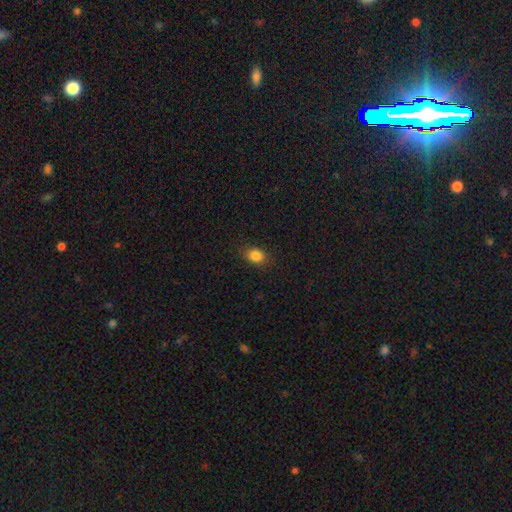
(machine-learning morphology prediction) Smooth or featured? smooth (85%)
How rounded? in between (67%)
Merging? none (85%)